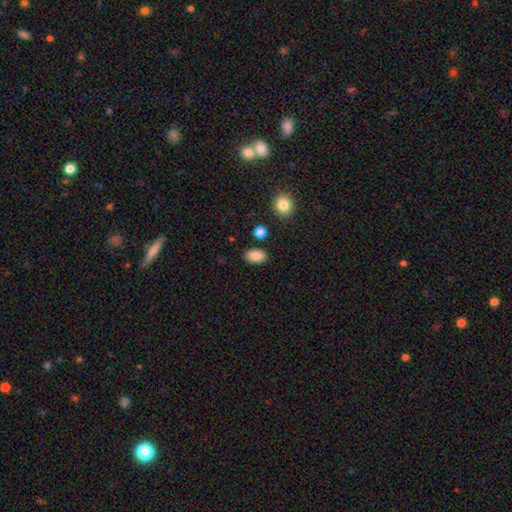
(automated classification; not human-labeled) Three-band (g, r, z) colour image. It shows a smooth galaxy with no disk features (87%) that is in between round and cigar-shaped (89%). Merging: none (86%).